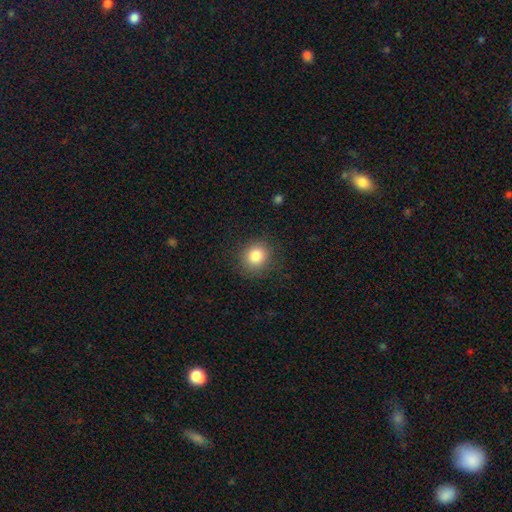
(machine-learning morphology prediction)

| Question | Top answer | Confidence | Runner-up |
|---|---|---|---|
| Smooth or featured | smooth | 84% | star or artifact (10%) |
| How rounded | round | 85% | in between (14%) |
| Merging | none | 86% | minor disturbance (9%) |